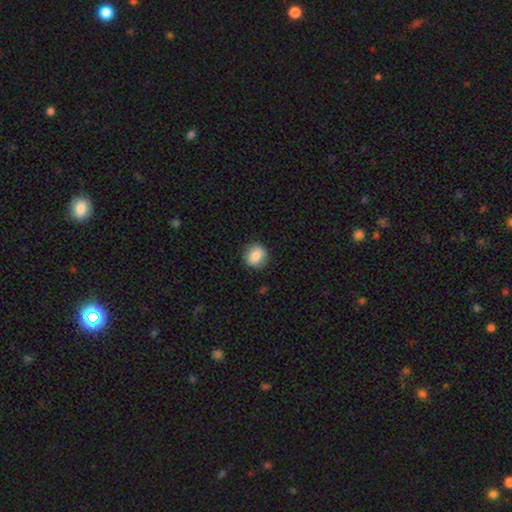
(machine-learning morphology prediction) This is clearly a smooth galaxy (85%). How rounded: clearly round (85%). Merging: clearly none (87%).